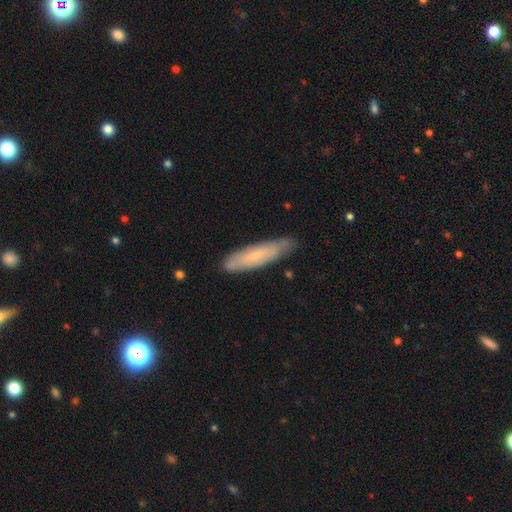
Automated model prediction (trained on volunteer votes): smooth-or-featured: smooth: 58% | featured or disk: 35% | star or artifact: 6%
  how-rounded: cigar-shaped: 75% | in between: 23% | round: 1%
  merging: none: 79% | minor disturbance: 17% | major disturbance: 3% | merger: 2%